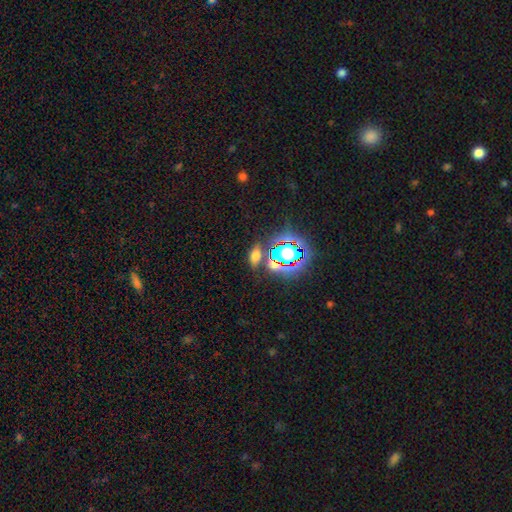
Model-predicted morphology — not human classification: This is possibly a smooth galaxy (54%). How rounded: likely in between (80%). Merging: likely none (75%).